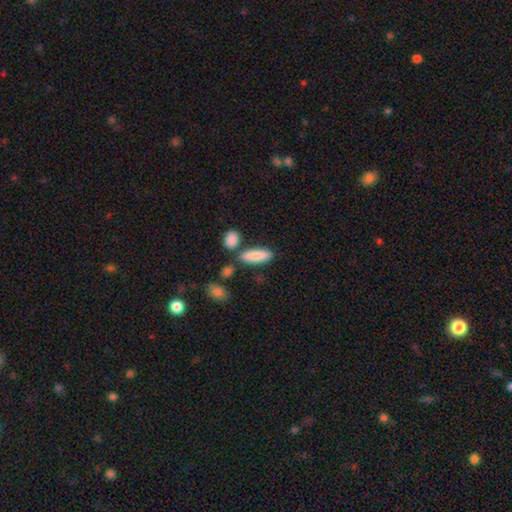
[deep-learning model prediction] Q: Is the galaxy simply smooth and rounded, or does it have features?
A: smooth — 84%.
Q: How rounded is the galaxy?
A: cigar-shaped — 54%.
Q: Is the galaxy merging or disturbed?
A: none — 75%.